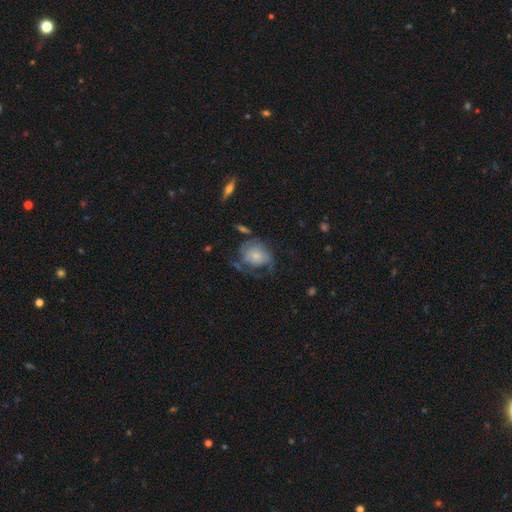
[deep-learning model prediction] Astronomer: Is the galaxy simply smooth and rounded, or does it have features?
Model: smooth — 48% (runner-up: featured or disk, 44%).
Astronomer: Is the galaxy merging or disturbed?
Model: major disturbance — 40% (runner-up: none, 31%).